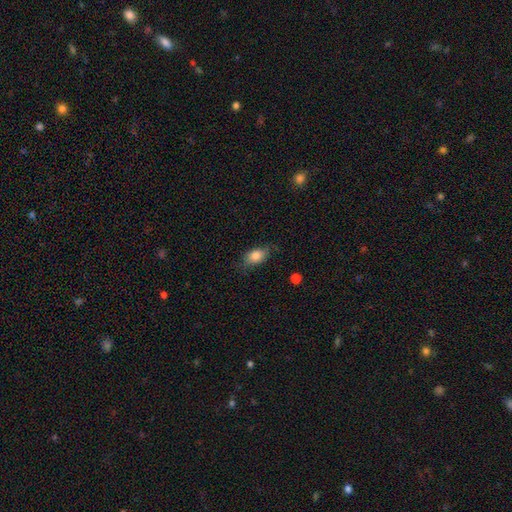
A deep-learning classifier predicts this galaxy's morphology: Smooth or featured?
  - smooth: 82% *
  - featured or disk: 10%
  - star or artifact: 8%
How rounded?
  - in between: 83% *
  - round: 12%
  - cigar-shaped: 4%
Merging?
  - none: 72% *
  - minor disturbance: 21%
  - major disturbance: 5%
  - merger: 1%